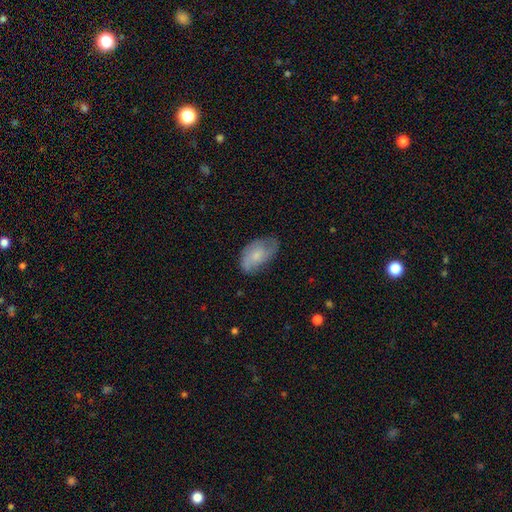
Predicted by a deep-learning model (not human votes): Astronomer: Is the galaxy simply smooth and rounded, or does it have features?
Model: smooth — 63%.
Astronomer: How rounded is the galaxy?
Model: in between — 92%.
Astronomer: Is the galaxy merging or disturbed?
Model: none — 55% (runner-up: minor disturbance, 32%).